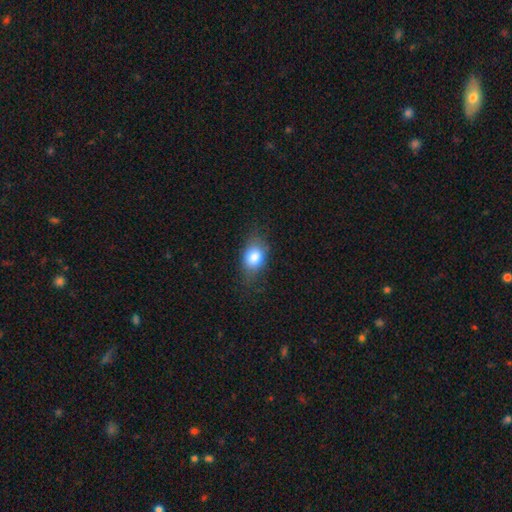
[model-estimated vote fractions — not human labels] Smooth or featured? Predicted: smooth (p=0.81). How rounded? Predicted: in between (p=0.69). Merging? Predicted: none (p=0.70).